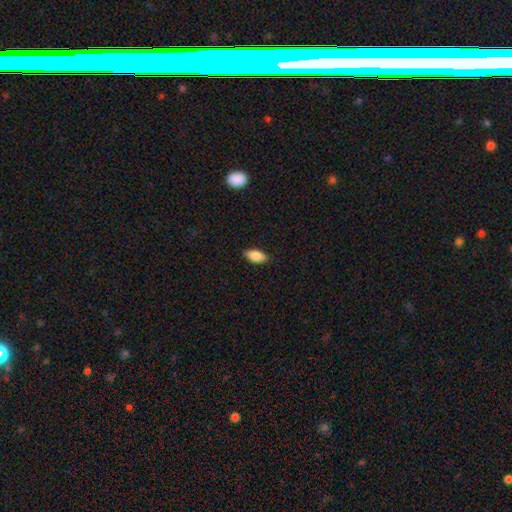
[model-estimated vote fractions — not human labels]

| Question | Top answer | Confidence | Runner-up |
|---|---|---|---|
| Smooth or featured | smooth | 84% | featured or disk (9%) |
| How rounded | in between | 88% | cigar-shaped (10%) |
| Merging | none | 87% | minor disturbance (10%) |